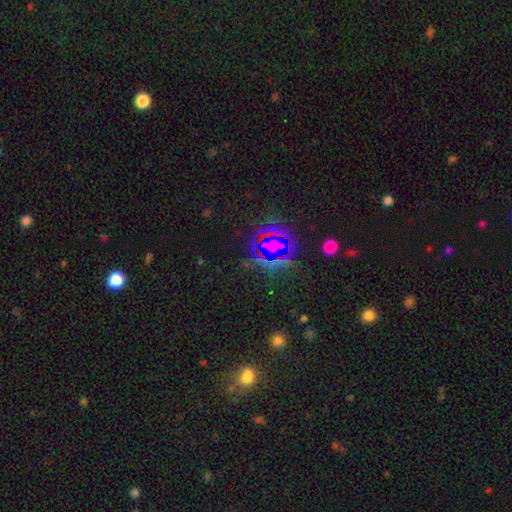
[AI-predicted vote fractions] A star or artifact, not a galaxy (77%).

Vote fractions:
- Smooth or featured? star or artifact: 77% / smooth: 15% / featured or disk: 8%